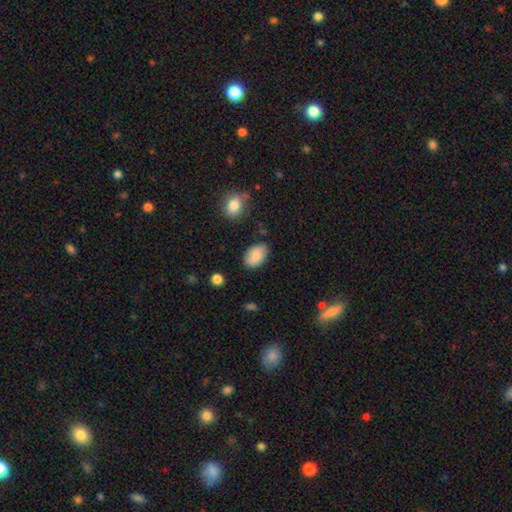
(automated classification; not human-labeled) Smooth or featured?
  - smooth: 77% *
  - featured or disk: 16%
  - star or artifact: 8%
How rounded?
  - in between: 88% *
  - round: 11%
  - cigar-shaped: 1%
Merging?
  - none: 79% *
  - minor disturbance: 16%
  - major disturbance: 3%
  - merger: 2%